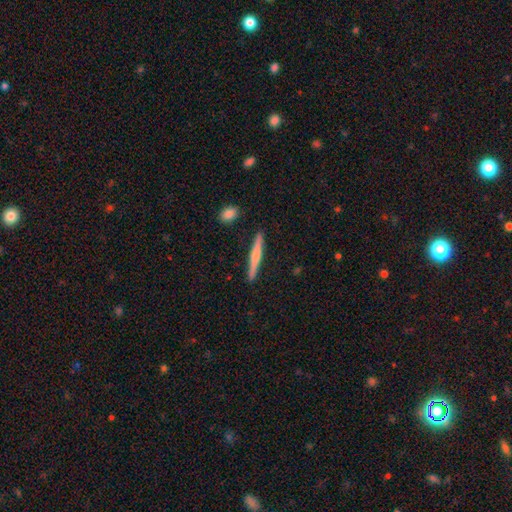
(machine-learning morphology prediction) smooth_or_featured: smooth (p=0.52) [alt: featured or disk p=0.43]
how_rounded: cigar-shaped (p=0.95) [alt: in between p=0.03]
merging: none (p=0.90) [alt: minor disturbance p=0.07]